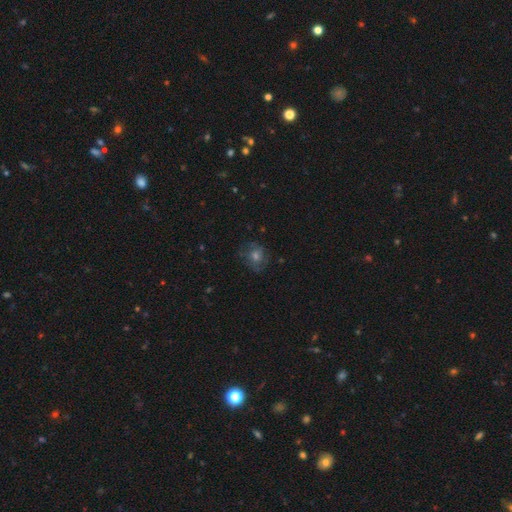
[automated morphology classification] Smooth or featured? Predicted: featured or disk (p=0.45). Merging? Predicted: none (p=0.74).